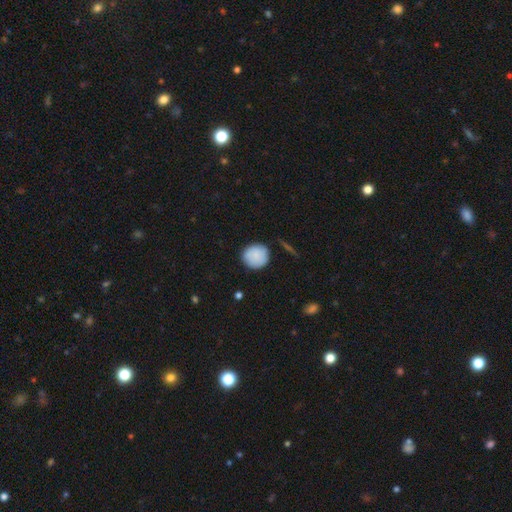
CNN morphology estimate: smooth_or_featured: smooth (p=0.88) [alt: star or artifact p=0.07]
how_rounded: round (p=0.91) [alt: in between p=0.08]
merging: none (p=0.84) [alt: minor disturbance p=0.12]